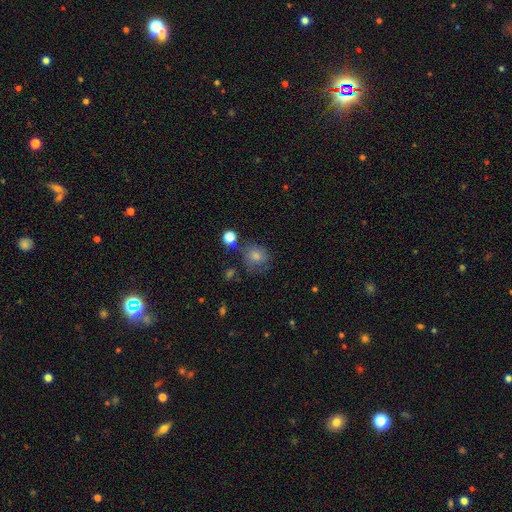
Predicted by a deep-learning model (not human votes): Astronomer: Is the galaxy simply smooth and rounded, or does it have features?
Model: smooth — 66%.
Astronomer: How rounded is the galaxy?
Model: round — 84%.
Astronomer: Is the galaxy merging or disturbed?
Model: none — 68%.